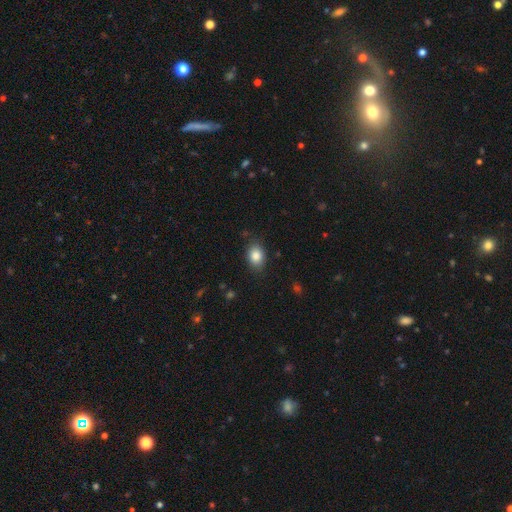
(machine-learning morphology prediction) Smooth or featured: smooth — 86% (star or artifact — 8%)
How rounded: in between — 72% (round — 27%)
Merging: none — 82% (minor disturbance — 14%)